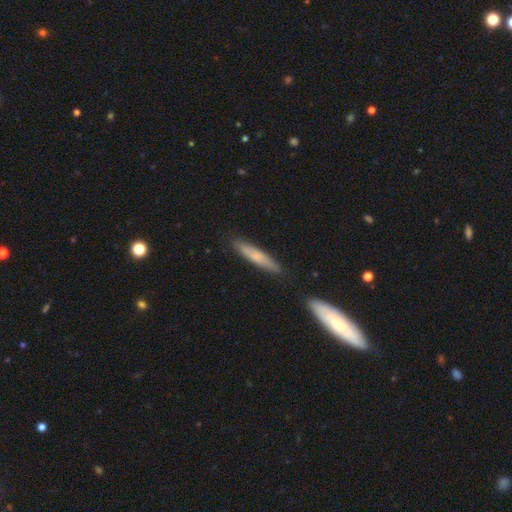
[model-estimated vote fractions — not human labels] smooth-or-featured: smooth: 68% | featured or disk: 26% | star or artifact: 6%
  how-rounded: cigar-shaped: 91% | in between: 8% | round: 1%
  merging: none: 85% | minor disturbance: 10% | merger: 3% | major disturbance: 2%